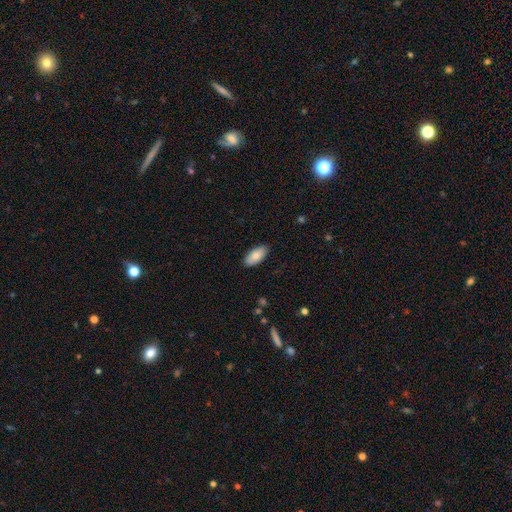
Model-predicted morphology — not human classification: This appears to be a smooth galaxy with no disk features (86%) that is in between round and cigar-shaped (90%). Merging: none (88%).